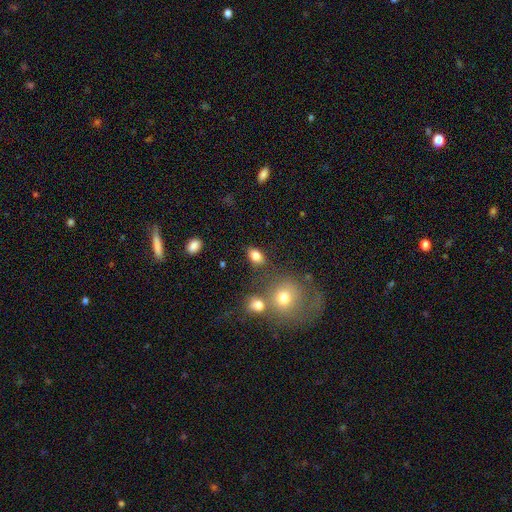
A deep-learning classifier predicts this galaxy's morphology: Q: Smooth or featured?
A: smooth (81%); runner-up: star or artifact (10%)
Q: How rounded?
A: in between (84%); runner-up: round (13%)
Q: Merging?
A: none (78%); runner-up: minor disturbance (12%)